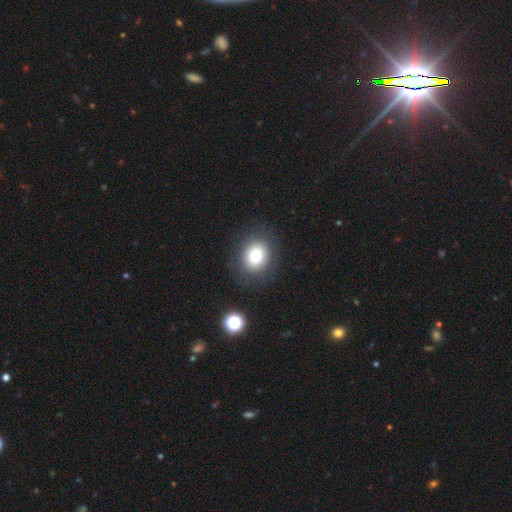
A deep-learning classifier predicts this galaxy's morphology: This is clearly a smooth galaxy (81%). How rounded: likely round (67%). Merging: clearly none (84%).